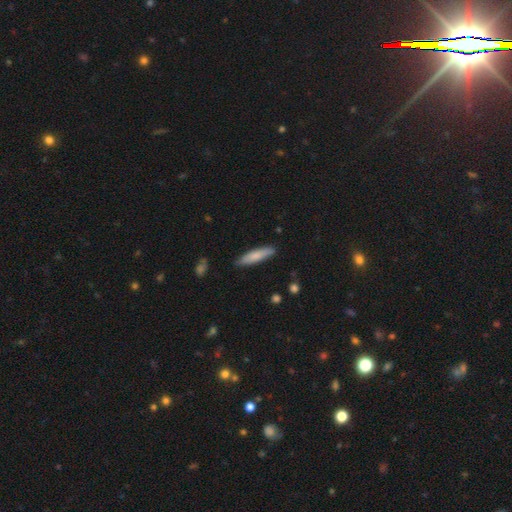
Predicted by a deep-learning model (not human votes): This appears to be a smooth galaxy with no disk features (77%) that is cigar-shaped (82%). Merging: none (86%).